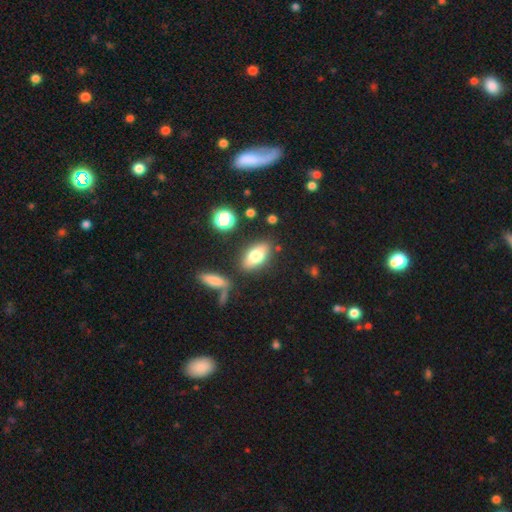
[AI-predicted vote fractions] The model was most divided on "smooth or featured": smooth: 71%, featured or disk: 20%, star or artifact: 9%. More confident: how rounded — in between (84%); merging — none (78%).